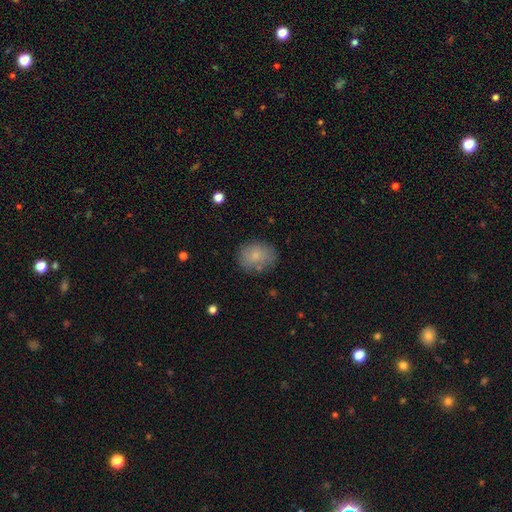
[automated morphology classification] smooth-or-featured: smooth: 78% | featured or disk: 13% | star or artifact: 9%
  how-rounded: round: 52% | in between: 47% | cigar-shaped: 1%
  merging: none: 73% | minor disturbance: 18% | major disturbance: 5% | merger: 3%